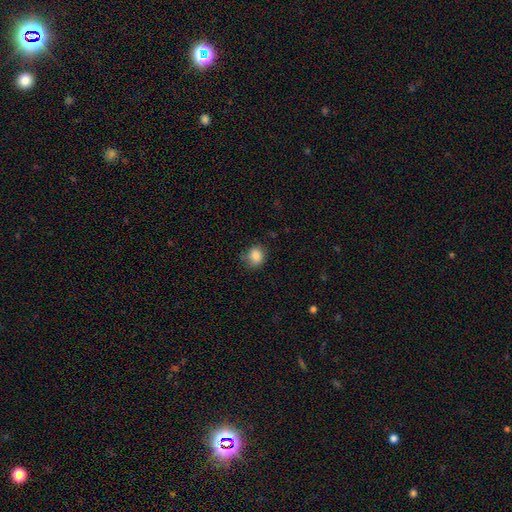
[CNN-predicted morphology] Smooth or featured?
  - smooth: 85% *
  - star or artifact: 9%
  - featured or disk: 6%
How rounded?
  - round: 68% *
  - in between: 31%
  - cigar-shaped: 1%
Merging?
  - none: 72% *
  - minor disturbance: 21%
  - major disturbance: 5%
  - merger: 1%